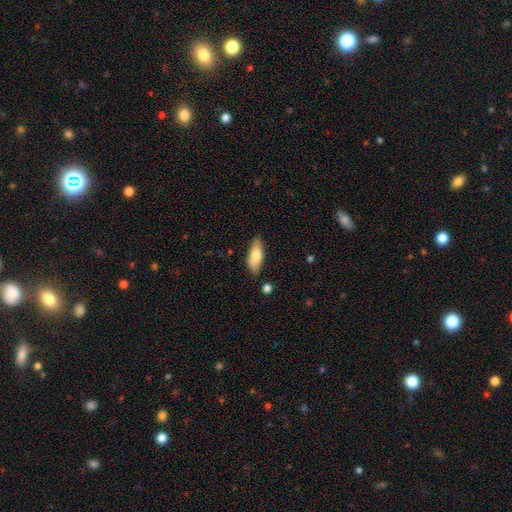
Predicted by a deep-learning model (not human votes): Smooth or featured?
  - smooth: 74% *
  - featured or disk: 20%
  - star or artifact: 6%
How rounded?
  - in between: 68% *
  - cigar-shaped: 29%
  - round: 2%
Merging?
  - none: 83% *
  - minor disturbance: 12%
  - merger: 3%
  - major disturbance: 2%